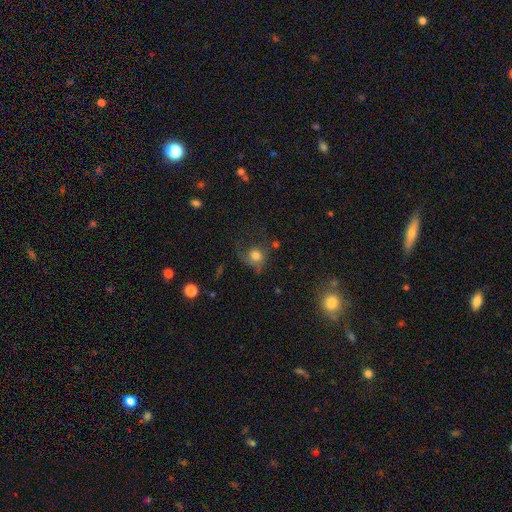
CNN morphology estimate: A smooth galaxy with no disk features (66%) that is round (77%). Merging: none (44%).